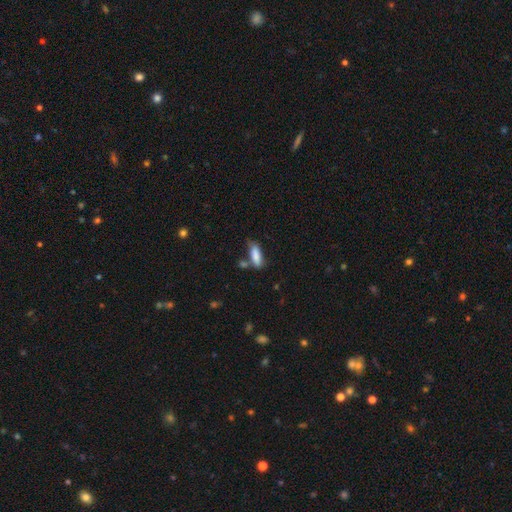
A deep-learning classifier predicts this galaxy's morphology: smooth 84%, featured or disk 9%, star or artifact 7%. Down the decision tree: how rounded — in between (58%); merging — none (53%).